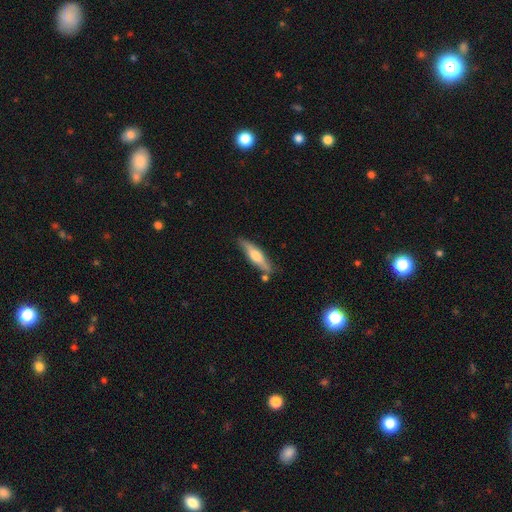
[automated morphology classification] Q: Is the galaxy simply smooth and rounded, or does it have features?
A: smooth — 51%.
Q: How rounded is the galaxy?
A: cigar-shaped — 75%.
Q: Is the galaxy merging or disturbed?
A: none — 77%.